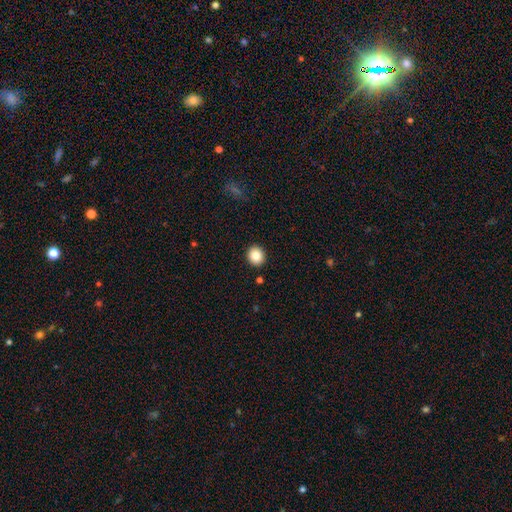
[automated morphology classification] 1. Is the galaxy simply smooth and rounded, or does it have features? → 84% smooth, 9% star or artifact, 6% featured or disk.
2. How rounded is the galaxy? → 82% round, 18% in between, 1% cigar-shaped.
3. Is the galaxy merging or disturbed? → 92% none, 5% minor disturbance, 2% major disturbance, 1% merger.